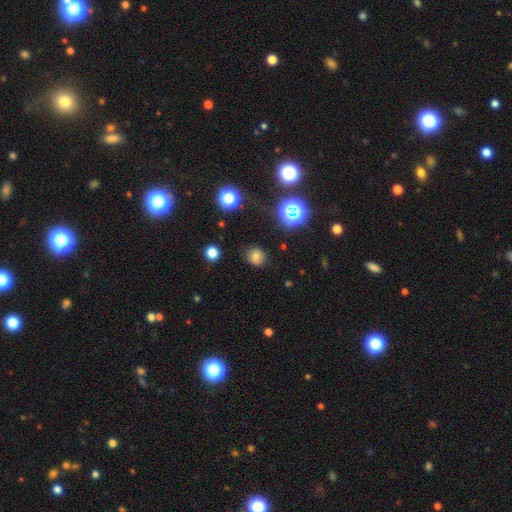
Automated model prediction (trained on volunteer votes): smooth-or-featured: smooth: 66% | star or artifact: 23% | featured or disk: 11%
  how-rounded: round: 77% | in between: 22% | cigar-shaped: 1%
  merging: none: 80% | minor disturbance: 13% | major disturbance: 4% | merger: 4%